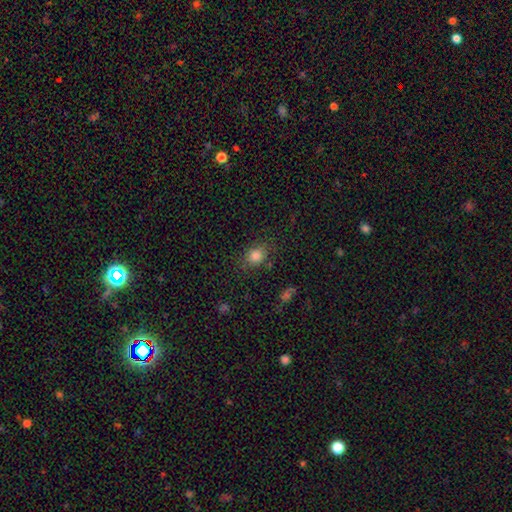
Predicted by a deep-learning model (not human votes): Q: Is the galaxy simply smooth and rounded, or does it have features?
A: smooth — 80%.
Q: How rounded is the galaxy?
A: in between — 49%, tied with round.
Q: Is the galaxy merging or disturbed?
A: none — 78%.